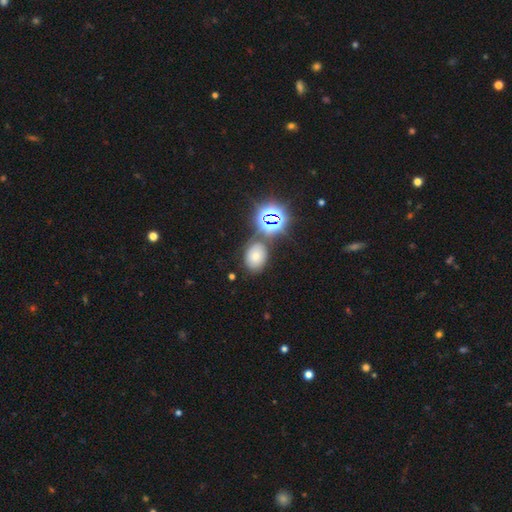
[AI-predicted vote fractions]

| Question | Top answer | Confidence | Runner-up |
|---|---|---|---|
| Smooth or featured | smooth | 59% | star or artifact (25%) |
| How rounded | in between | 70% | round (29%) |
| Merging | none | 71% | minor disturbance (15%) |